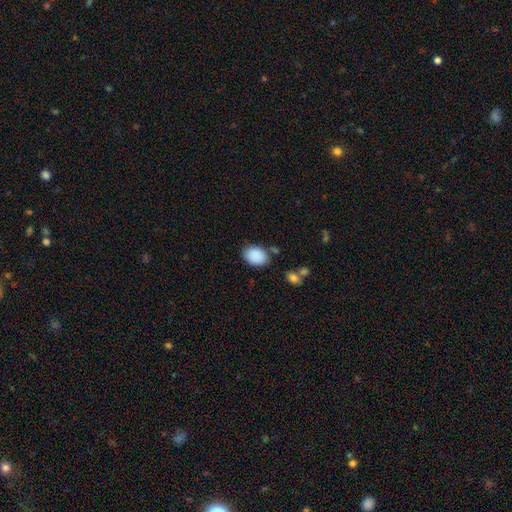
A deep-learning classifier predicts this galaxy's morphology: Smooth or featured? Predicted: smooth (p=0.89). How rounded? Predicted: in between (p=0.74). Merging? Predicted: none (p=0.75).